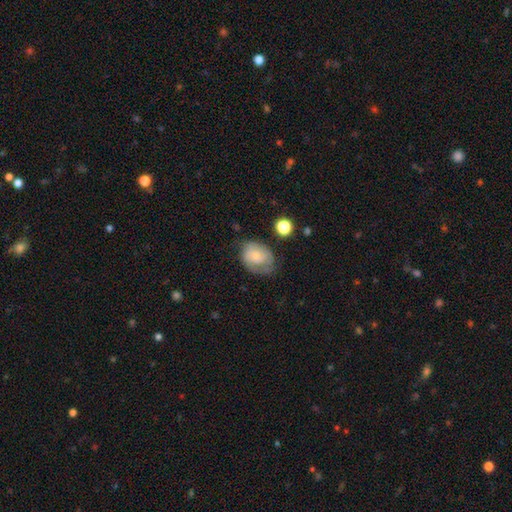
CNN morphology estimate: A smooth galaxy with no disk features (50%).

Vote fractions:
- Smooth or featured? smooth: 50% / featured or disk: 42% / star or artifact: 8%
- Merging? none: 49% / minor disturbance: 31% / major disturbance: 16% / merger: 3%